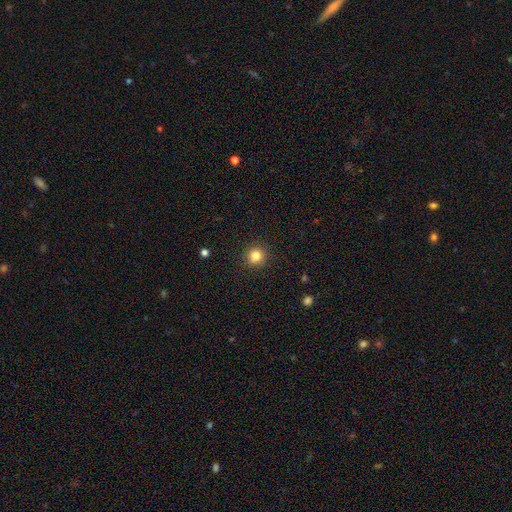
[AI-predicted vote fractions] smooth 83%, star or artifact 11%, featured or disk 5%. Down the decision tree: how rounded — round (92%); merging — none (91%).